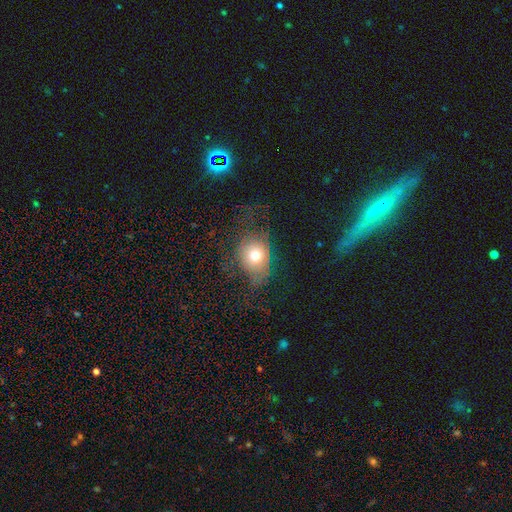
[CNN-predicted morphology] Overall: smooth (69%). How rounded: round (62%; in between 36%). Merging: none (55%; minor disturbance 23%).